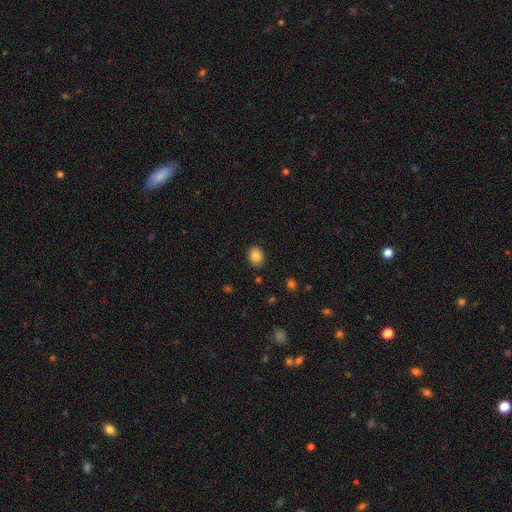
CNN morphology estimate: Smooth or featured? Predicted: smooth (p=0.84). How rounded? Predicted: in between (p=0.53). Merging? Predicted: none (p=0.88).